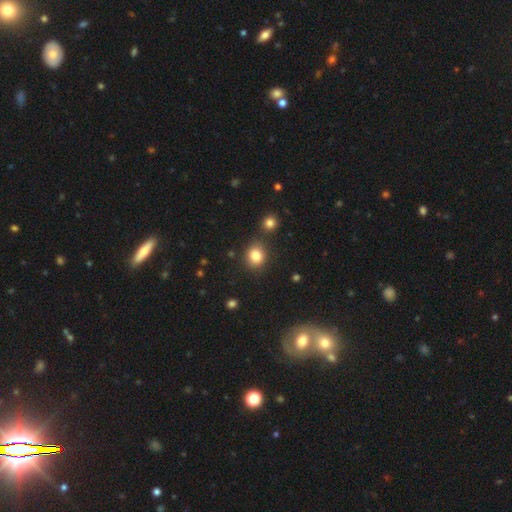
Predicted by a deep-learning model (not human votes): Smooth or featured? Predicted: smooth (p=0.82). How rounded? Predicted: round (p=0.71). Merging? Predicted: none (p=0.82).